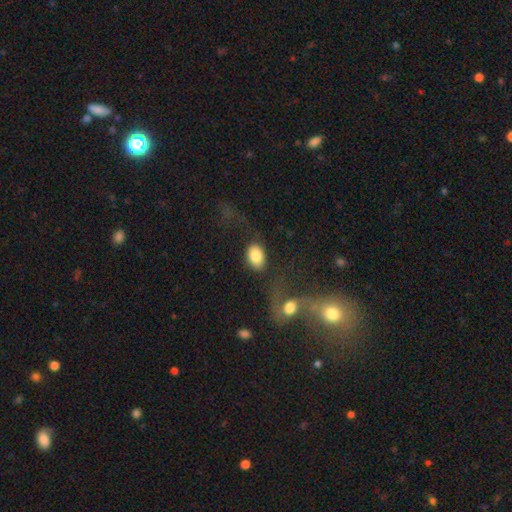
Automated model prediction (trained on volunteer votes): Smooth or featured: smooth — 82% (featured or disk — 12%)
How rounded: in between — 82% (round — 17%)
Merging: none — 63% (minor disturbance — 13%)